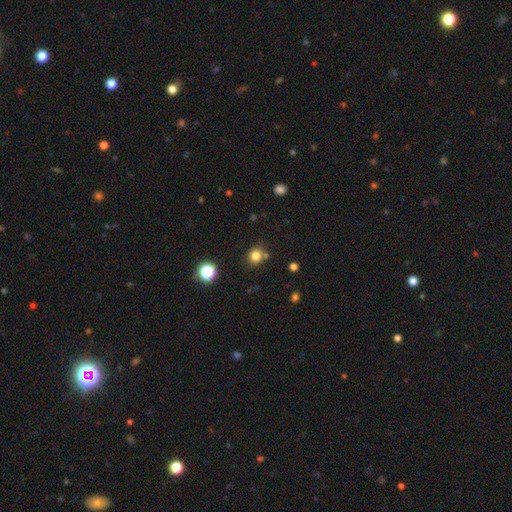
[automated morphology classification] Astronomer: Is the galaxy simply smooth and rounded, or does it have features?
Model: smooth — 79%.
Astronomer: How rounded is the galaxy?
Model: round — 79%.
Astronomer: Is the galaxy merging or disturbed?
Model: none — 75%.